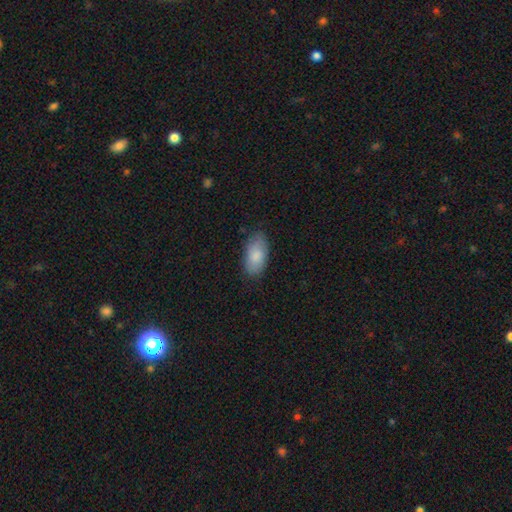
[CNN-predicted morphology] A smooth galaxy with no disk features (84%) that is in between round and cigar-shaped (94%).

Vote fractions:
- Smooth or featured? smooth: 84% / featured or disk: 10% / star or artifact: 6%
- How rounded? in between: 94% / round: 3% / cigar-shaped: 3%
- Merging? none: 79% / minor disturbance: 17% / major disturbance: 3% / merger: 1%